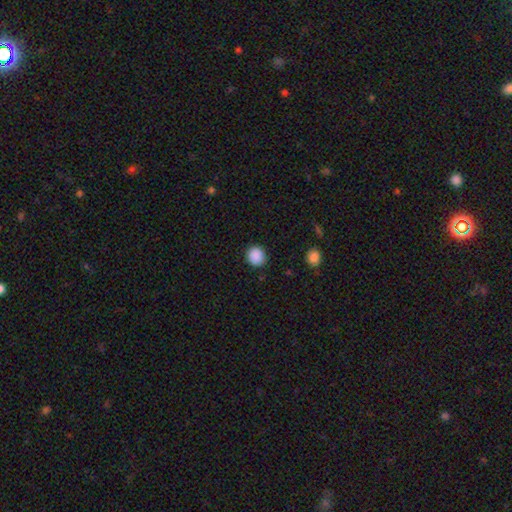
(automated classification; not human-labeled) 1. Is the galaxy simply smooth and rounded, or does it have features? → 89% smooth, 9% star or artifact, 2% featured or disk.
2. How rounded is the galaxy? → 86% round, 13% in between, 1% cigar-shaped.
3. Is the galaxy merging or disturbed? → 90% none, 7% minor disturbance, 2% major disturbance, 1% merger.